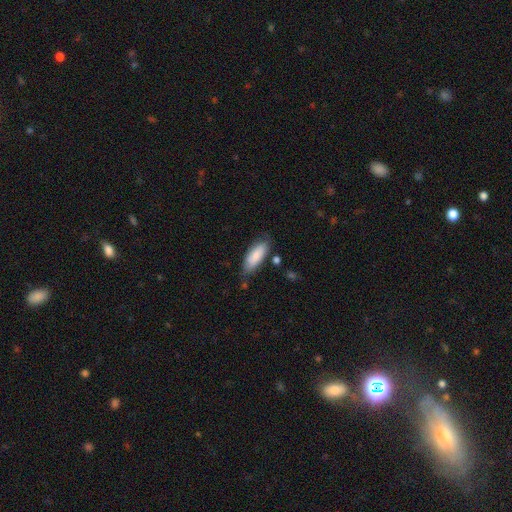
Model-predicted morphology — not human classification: A smooth galaxy with no disk features (84%) that is in between round and cigar-shaped (74%). Merging: none (72%).